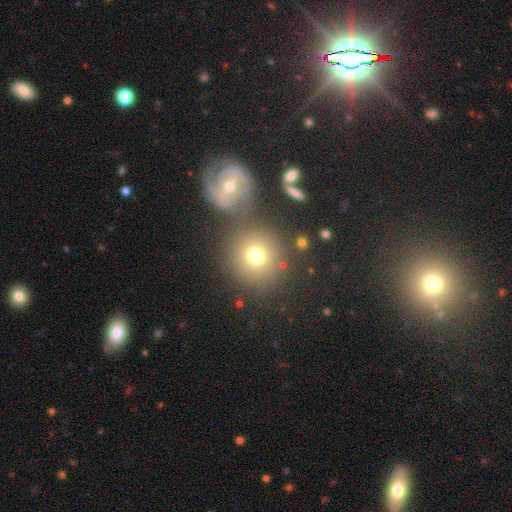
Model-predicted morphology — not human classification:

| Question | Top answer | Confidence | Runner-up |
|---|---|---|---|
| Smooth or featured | smooth | 70% | featured or disk (19%) |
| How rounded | round | 88% | in between (11%) |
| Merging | none | 61% | merger (24%) |